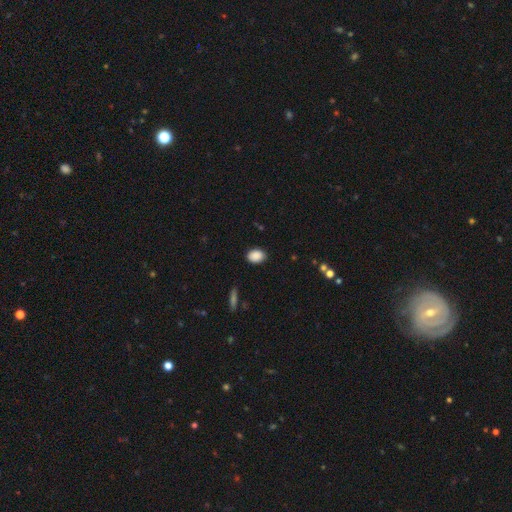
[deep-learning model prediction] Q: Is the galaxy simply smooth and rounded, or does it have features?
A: smooth — 89%.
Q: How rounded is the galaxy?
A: in between — 74%.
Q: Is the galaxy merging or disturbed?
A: none — 88%.